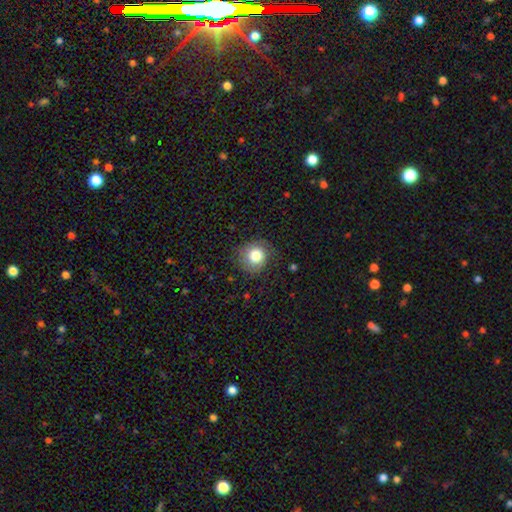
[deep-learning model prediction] A smooth galaxy with no disk features (81%) that is round (91%). Merging: none (76%).